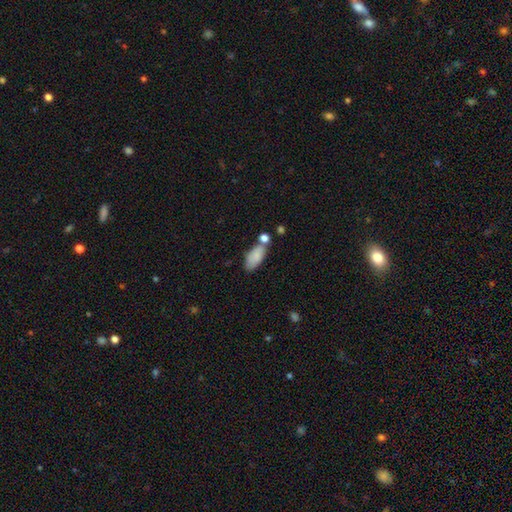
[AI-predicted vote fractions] Q: Smooth or featured?
A: smooth (84%); runner-up: featured or disk (9%)
Q: How rounded?
A: in between (88%); runner-up: cigar-shaped (9%)
Q: Merging?
A: none (54%); runner-up: merger (21%)